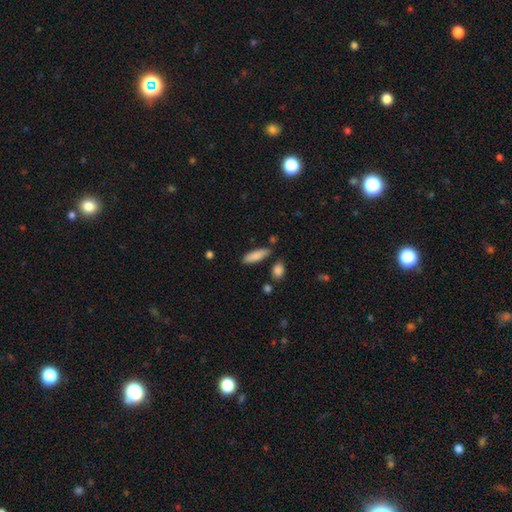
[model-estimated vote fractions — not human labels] Smooth or featured? smooth (87%)
How rounded? in between (53%)
Merging? none (80%)